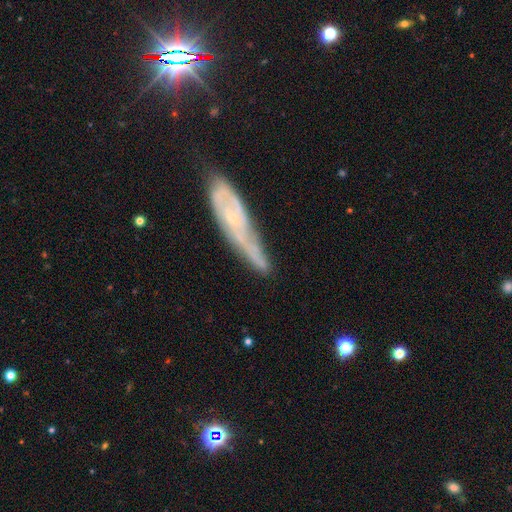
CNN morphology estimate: Smooth or featured? Predicted: featured or disk (p=0.70). Edge-on disk? Predicted: no (p=0.71). Merging? Predicted: none (p=0.57).